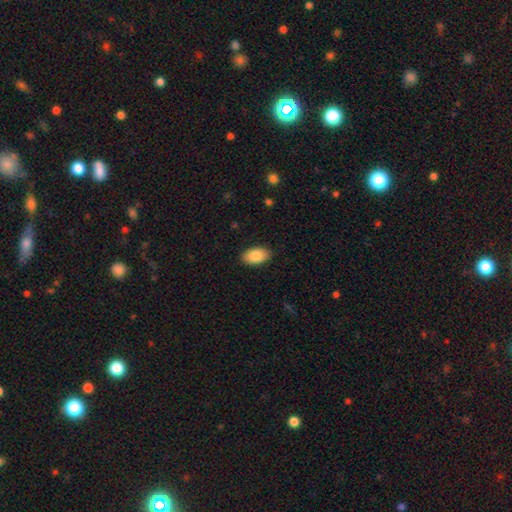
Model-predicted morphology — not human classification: smooth 86%, featured or disk 8%, star or artifact 6%. Down the decision tree: how rounded — in between (94%); merging — none (89%).